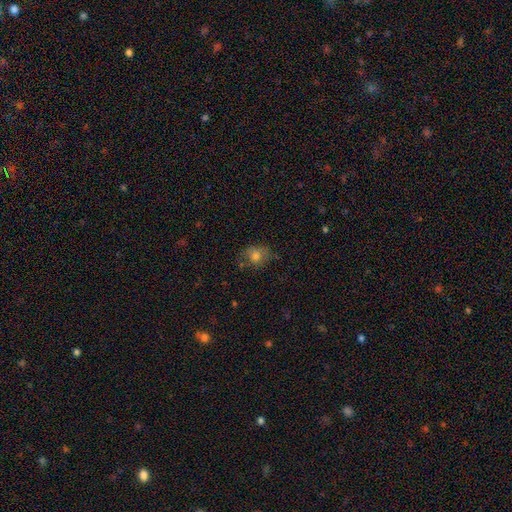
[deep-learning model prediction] Smooth or featured?
  - smooth: 72% *
  - featured or disk: 15%
  - star or artifact: 13%
How rounded?
  - round: 59% *
  - in between: 39%
  - cigar-shaped: 1%
Merging?
  - none: 66% *
  - minor disturbance: 23%
  - major disturbance: 8%
  - merger: 3%